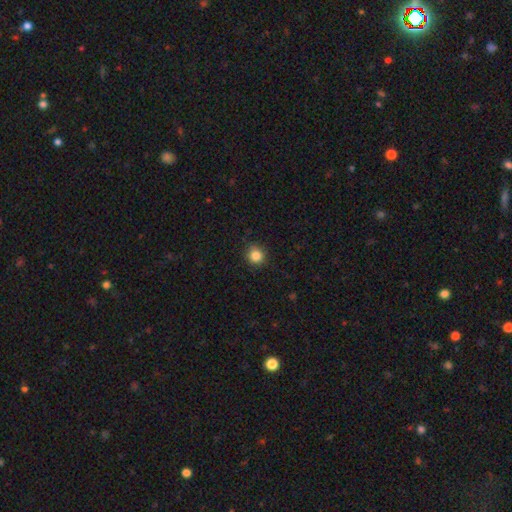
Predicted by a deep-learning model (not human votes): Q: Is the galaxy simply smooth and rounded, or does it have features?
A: smooth — 84%.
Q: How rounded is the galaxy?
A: round — 92%.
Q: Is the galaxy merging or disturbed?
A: none — 87%.